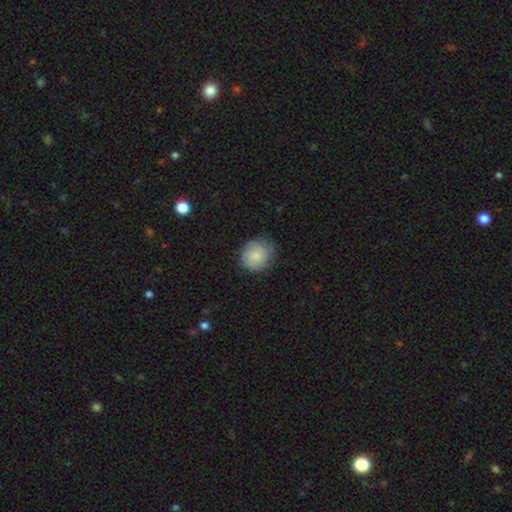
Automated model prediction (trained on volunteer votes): A smooth galaxy with no disk features (83%) that is round (80%).

Vote fractions:
- Smooth or featured? smooth: 83% / featured or disk: 10% / star or artifact: 7%
- How rounded? round: 80% / in between: 19% / cigar-shaped: 1%
- Merging? none: 68% / minor disturbance: 25% / major disturbance: 5% / merger: 1%